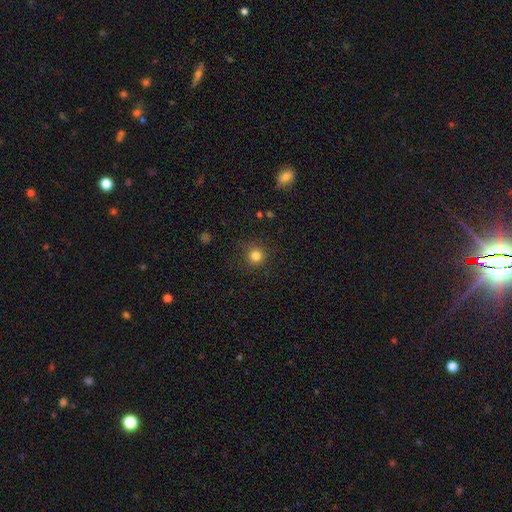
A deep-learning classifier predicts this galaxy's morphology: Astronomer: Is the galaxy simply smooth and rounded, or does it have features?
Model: smooth — 82%.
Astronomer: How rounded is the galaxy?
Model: round — 94%.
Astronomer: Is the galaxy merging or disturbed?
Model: none — 88%.